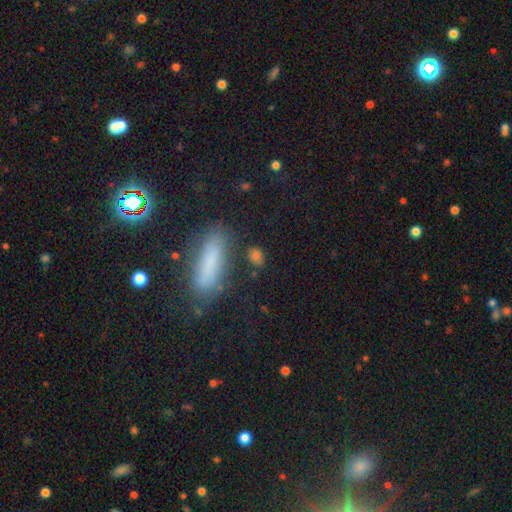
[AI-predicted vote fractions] smooth 75%, star or artifact 15%, featured or disk 10%. Down the decision tree: how rounded — in between (58%); merging — none (75%).